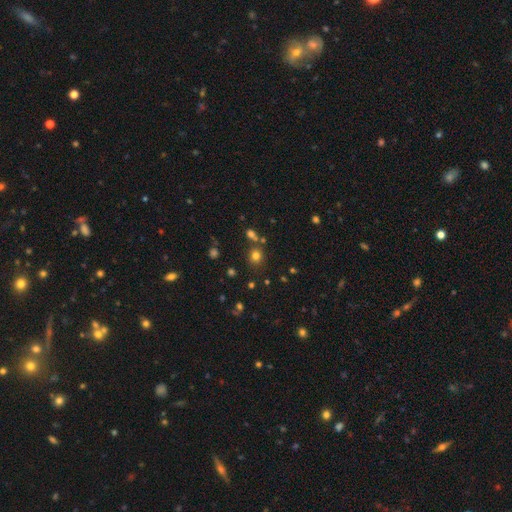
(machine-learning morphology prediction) Smooth or featured?
  - smooth: 73% *
  - star or artifact: 19%
  - featured or disk: 8%
How rounded?
  - round: 82% *
  - in between: 17%
  - cigar-shaped: 1%
Merging?
  - none: 73% *
  - merger: 13%
  - minor disturbance: 10%
  - major disturbance: 4%